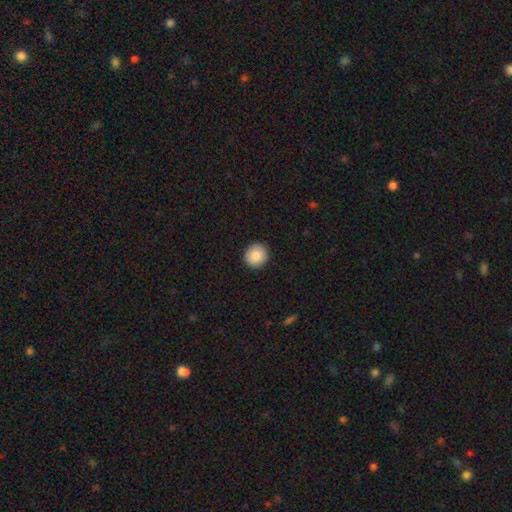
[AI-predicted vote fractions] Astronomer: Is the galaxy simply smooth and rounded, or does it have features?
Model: smooth — 87%.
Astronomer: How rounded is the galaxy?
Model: round — 91%.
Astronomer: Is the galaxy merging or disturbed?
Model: none — 92%.